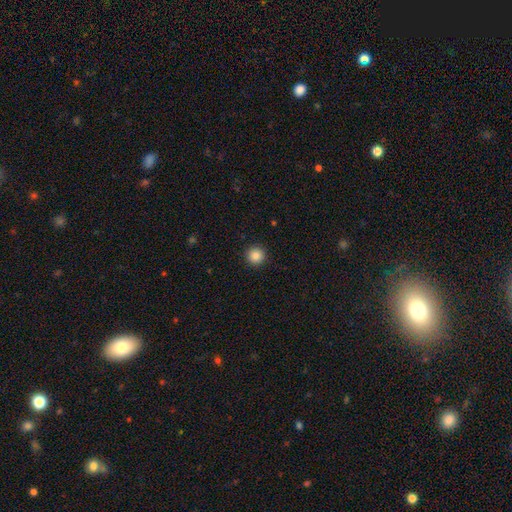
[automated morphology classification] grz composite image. It shows a smooth galaxy with no disk features (86%) that is round (96%). Merging: none (93%).